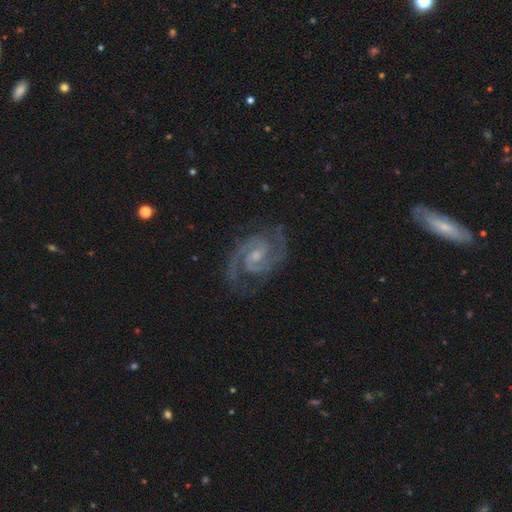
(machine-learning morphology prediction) A featured or disk galaxy (93%) with a weak bar (53%), 2 (92%) medium (56%) spiral arms (99%) and a small central bulge (60%).

Vote fractions:
- Smooth or featured? featured or disk: 93% / star or artifact: 4% / smooth: 3%
- Edge-on disk? no: 98% / yes: 2%
- Bar? weak: 53% / no: 33% / strong: 14%
- Spiral arms? yes: 99% / no: 1%
- Spiral winding? medium: 56% / tight: 37% / loose: 7%
- Spiral arm count? 2: 92% / 3: 3% / can't tell: 2% / 1: 1% / 4: 1% / more than 4: 1%
- Bulge size? small: 60% / moderate: 30% / none: 8% / large: 1% / dominant: 1%
- Merging? none: 81% / minor disturbance: 14% / major disturbance: 4% / merger: 1%